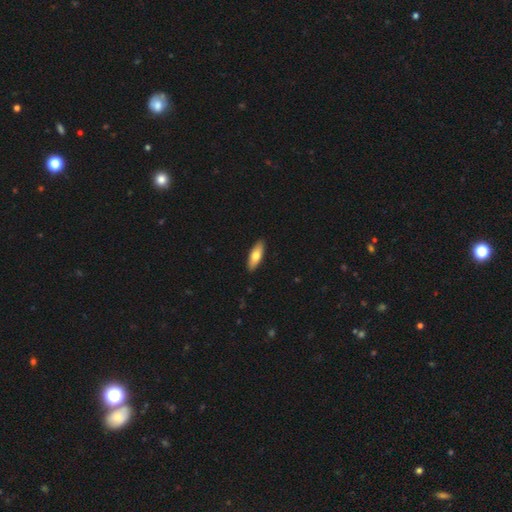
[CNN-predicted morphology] smooth-or-featured: smooth: 69% | featured or disk: 26% | star or artifact: 5%
  how-rounded: in between: 60% | cigar-shaped: 38% | round: 2%
  merging: none: 91% | minor disturbance: 7% | major disturbance: 1% | merger: 1%